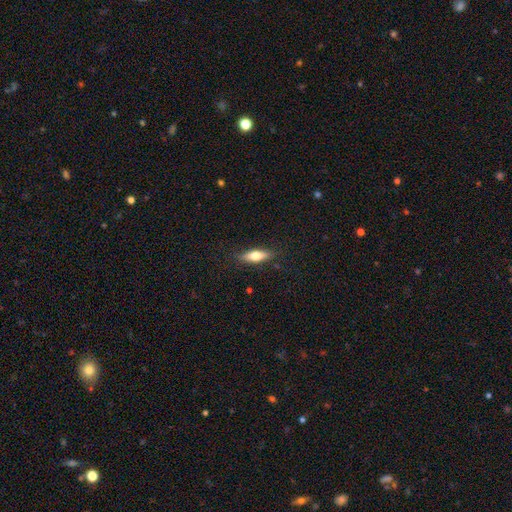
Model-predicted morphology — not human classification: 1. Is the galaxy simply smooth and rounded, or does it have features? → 64% smooth, 29% featured or disk, 6% star or artifact.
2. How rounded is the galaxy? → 50% in between, 47% cigar-shaped, 3% round.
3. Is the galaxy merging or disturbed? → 84% none, 12% minor disturbance, 3% major disturbance, 1% merger.